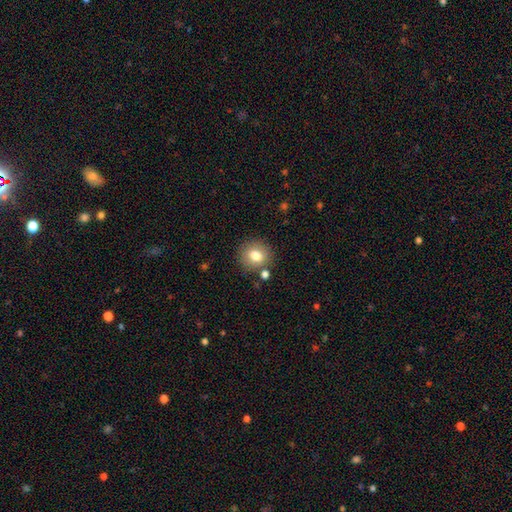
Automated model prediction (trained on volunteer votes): smooth 79%, featured or disk 11%, star or artifact 10%. Down the decision tree: how rounded — round (78%); merging — none (81%).